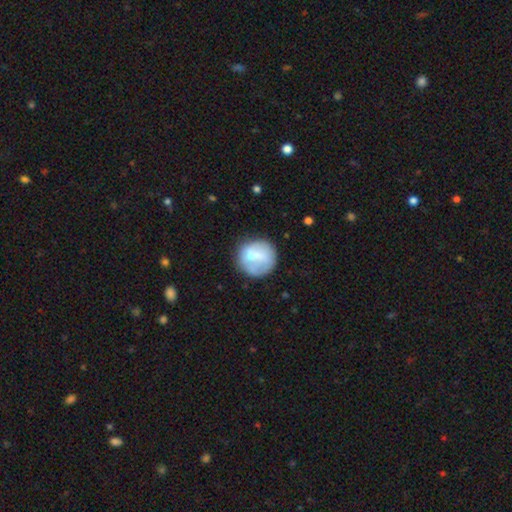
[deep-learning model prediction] This is likely a smooth galaxy (70%). How rounded: clearly round (91%). Merging: likely none (70%).